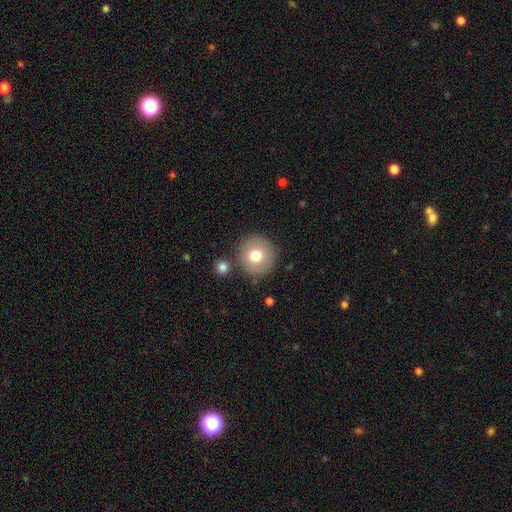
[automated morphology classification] Overall: smooth (75%). How rounded: round (94%). Merging: none (82%).